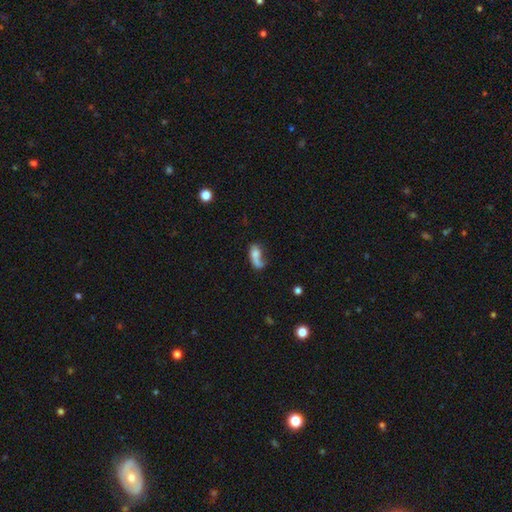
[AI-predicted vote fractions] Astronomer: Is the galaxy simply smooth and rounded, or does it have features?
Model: smooth — 55% (runner-up: featured or disk, 35%).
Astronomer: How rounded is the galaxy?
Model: in between — 76%.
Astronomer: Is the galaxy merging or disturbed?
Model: major disturbance — 34% (runner-up: none, 30%).